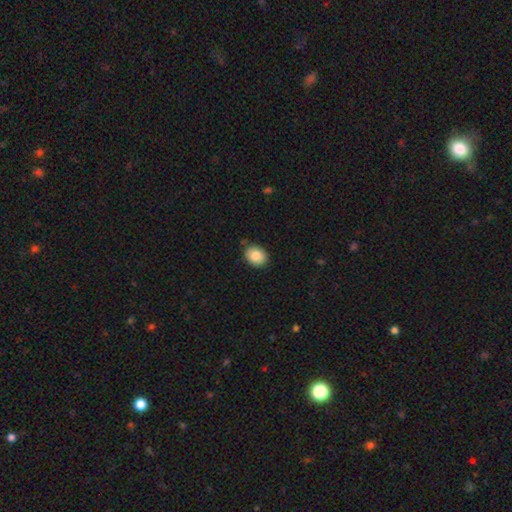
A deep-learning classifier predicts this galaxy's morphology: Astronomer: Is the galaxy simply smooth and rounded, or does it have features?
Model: smooth — 83%.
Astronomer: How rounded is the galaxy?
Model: in between — 54% (runner-up: round, 45%).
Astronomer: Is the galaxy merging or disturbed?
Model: none — 85%.